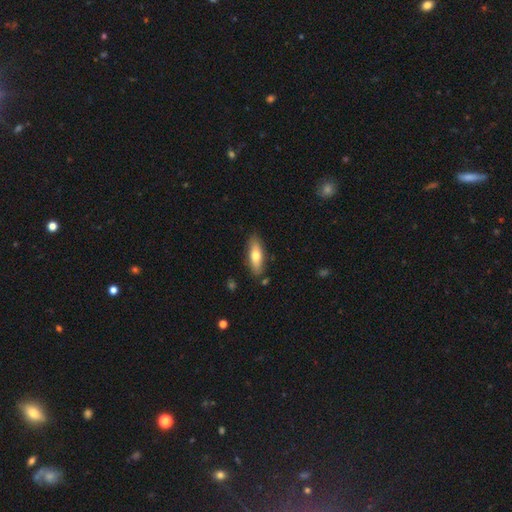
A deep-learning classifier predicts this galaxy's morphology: smooth 66%, featured or disk 28%, star or artifact 6%. Down the decision tree: how rounded — in between (59%); merging — none (83%).